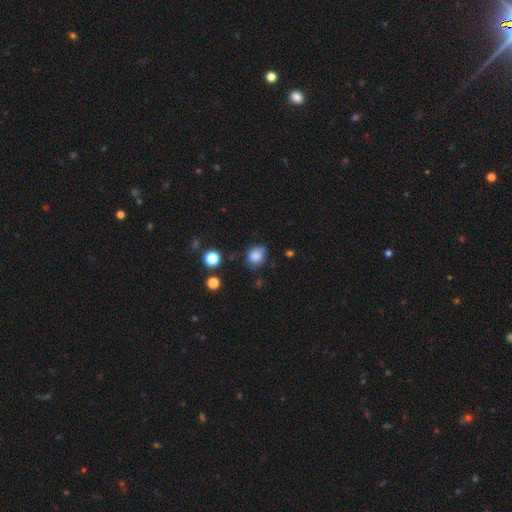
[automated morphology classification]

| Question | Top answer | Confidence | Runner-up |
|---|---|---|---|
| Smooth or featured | smooth | 83% | star or artifact (11%) |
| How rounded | round | 59% | in between (40%) |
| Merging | none | 59% | minor disturbance (30%) |